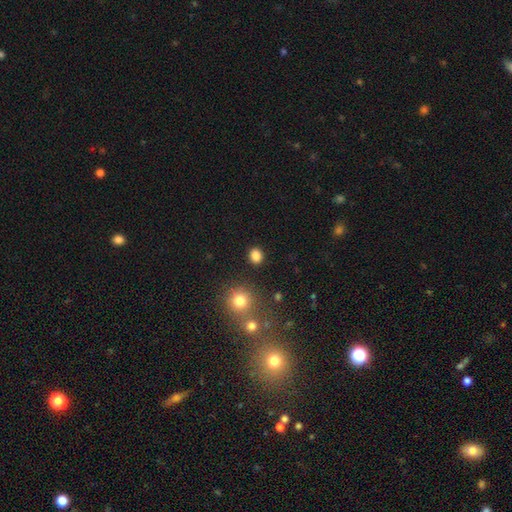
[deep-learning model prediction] This is clearly a smooth galaxy (84%). How rounded: likely round (72%). Merging: clearly none (90%).